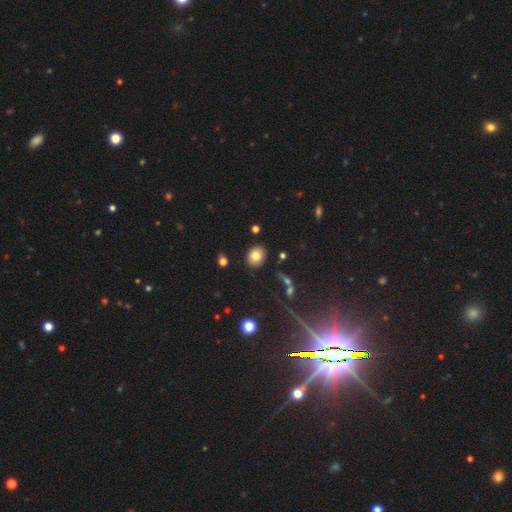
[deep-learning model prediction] Smooth or featured?
  - smooth: 79% *
  - star or artifact: 10%
  - featured or disk: 10%
How rounded?
  - round: 61% *
  - in between: 38%
  - cigar-shaped: 1%
Merging?
  - none: 88% *
  - minor disturbance: 8%
  - merger: 2%
  - major disturbance: 2%